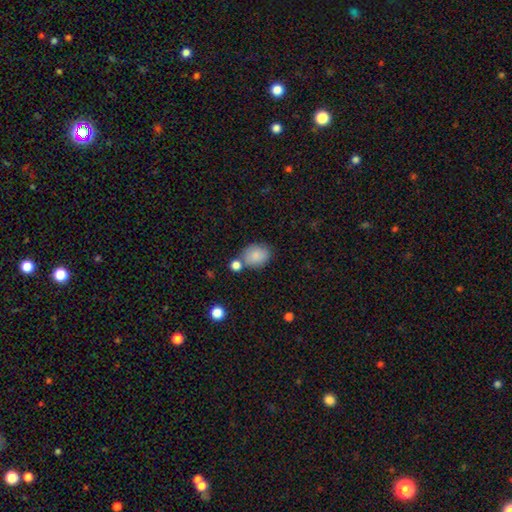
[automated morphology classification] The model was most divided on "how rounded": in between: 60%, round: 39%, cigar-shaped: 1%. More confident: smooth or featured — smooth (86%); merging — none (64%).